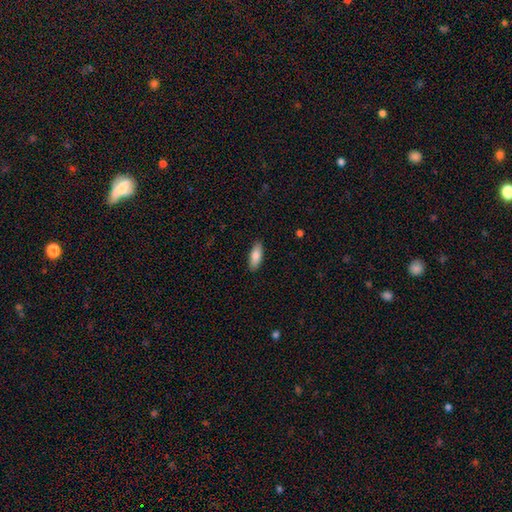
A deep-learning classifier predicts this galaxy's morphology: type=smooth (84%); roundness=in between (72%); merging=none (88%).